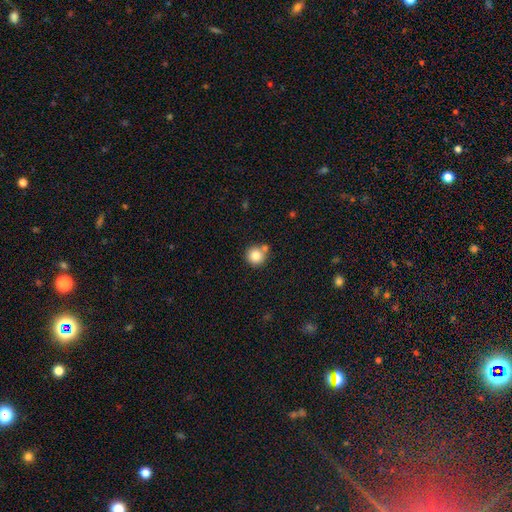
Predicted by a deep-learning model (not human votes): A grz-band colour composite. It shows a smooth galaxy with no disk features (81%) that is round (94%). Merging: none (71%).